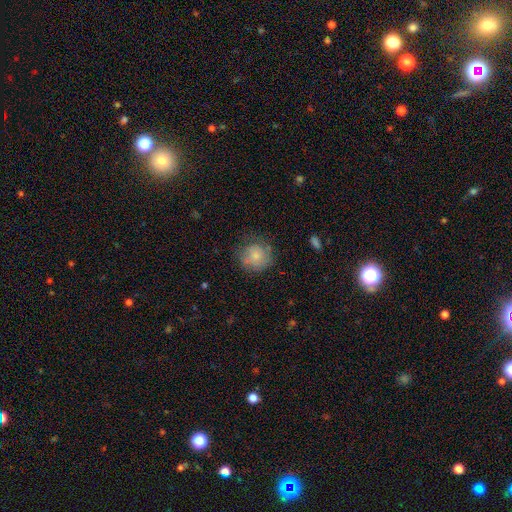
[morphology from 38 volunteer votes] A smooth galaxy with no disk features (74%) that is round (96%).

Vote fractions:
- Smooth or featured? smooth: 74% / featured or disk: 24% / star or artifact: 3%
- How rounded? round: 96% / in between: 4% / cigar-shaped: 0%
- Merging? none: 76% / minor disturbance: 19% / major disturbance: 5% / merger: 0%